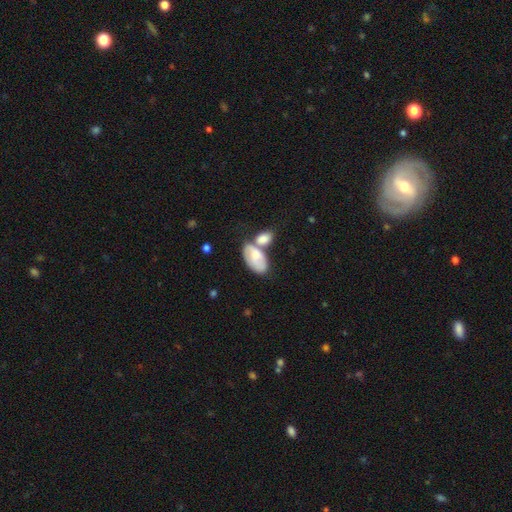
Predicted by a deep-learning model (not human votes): Overall: smooth (66%; featured or disk 29%). How rounded: in between (94%). Merging: merger (50%; none 30%).